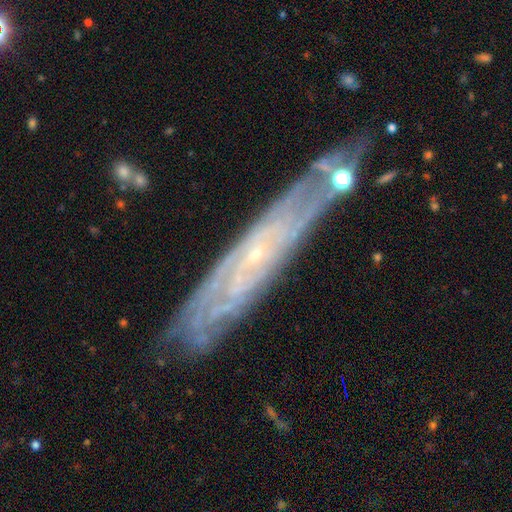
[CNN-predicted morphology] smooth_or_featured: featured or disk (p=0.81) [alt: smooth p=0.11]
disk_edge_on: no (p=0.55) [alt: yes p=0.45]
merging: none (p=0.76) [alt: minor disturbance p=0.16]